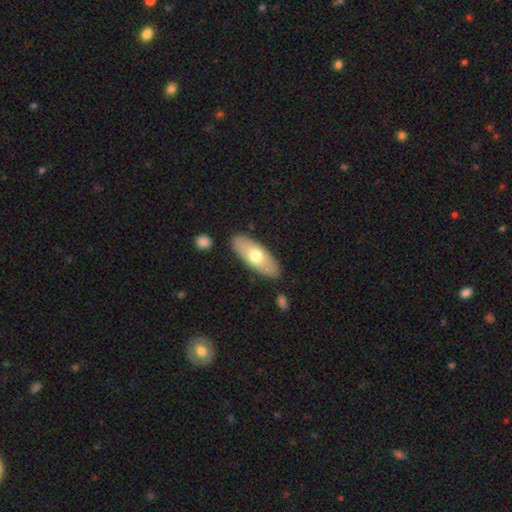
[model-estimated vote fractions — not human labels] smooth-or-featured: smooth: 61% | featured or disk: 34% | star or artifact: 5%
  how-rounded: in between: 76% | cigar-shaped: 21% | round: 3%
  merging: none: 86% | minor disturbance: 9% | merger: 3% | major disturbance: 2%